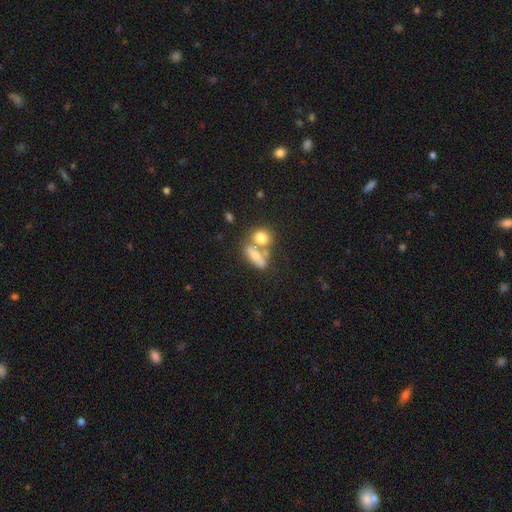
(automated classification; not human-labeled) Smooth or featured?
  - smooth: 65% *
  - featured or disk: 25%
  - star or artifact: 10%
How rounded?
  - in between: 60% *
  - cigar-shaped: 21%
  - round: 18%
Merging?
  - merger: 47% *
  - none: 37%
  - minor disturbance: 10%
  - major disturbance: 6%